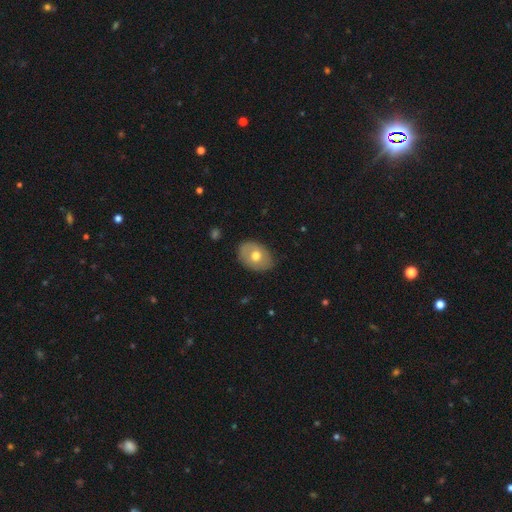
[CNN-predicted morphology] Smooth or featured? Predicted: smooth (p=0.64). How rounded? Predicted: in between (p=0.73). Merging? Predicted: none (p=0.83).